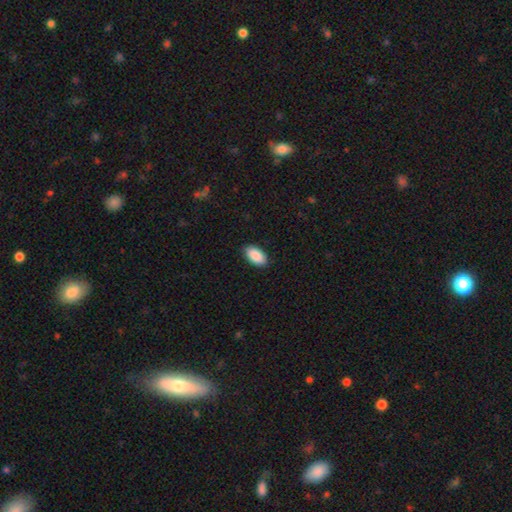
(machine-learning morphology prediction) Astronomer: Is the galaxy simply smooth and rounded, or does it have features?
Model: smooth — 90%.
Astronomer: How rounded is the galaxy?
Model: in between — 95%.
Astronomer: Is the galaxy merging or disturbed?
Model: none — 89%.